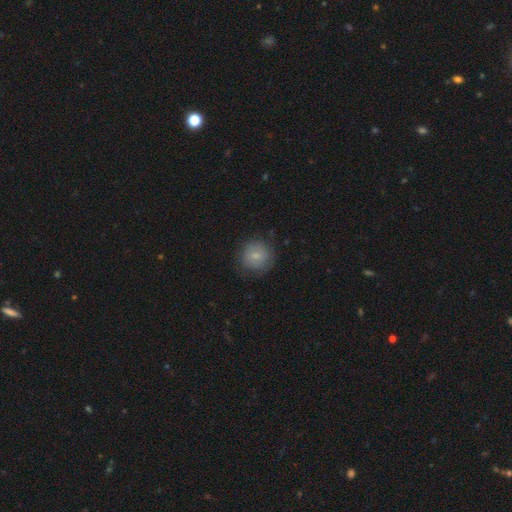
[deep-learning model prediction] smooth-or-featured: smooth: 74% | featured or disk: 18% | star or artifact: 8%
  how-rounded: round: 90% | in between: 9% | cigar-shaped: 1%
  merging: none: 78% | minor disturbance: 16% | major disturbance: 6% | merger: 1%